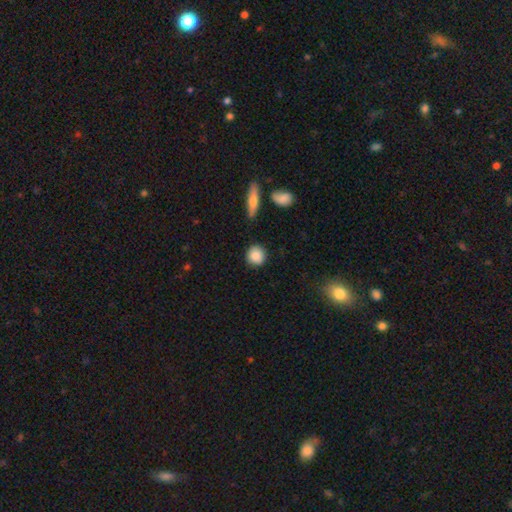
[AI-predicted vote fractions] Smooth or featured: smooth — 87% (star or artifact — 8%)
How rounded: round — 88% (in between — 11%)
Merging: none — 86% (minor disturbance — 9%)